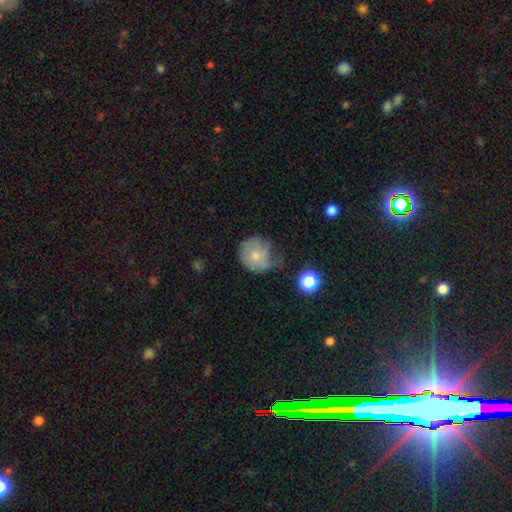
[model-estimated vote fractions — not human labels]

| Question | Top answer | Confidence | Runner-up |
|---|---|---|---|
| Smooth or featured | smooth | 54% | featured or disk (37%) |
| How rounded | round | 83% | in between (16%) |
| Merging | minor disturbance | 35% | none (34%) |